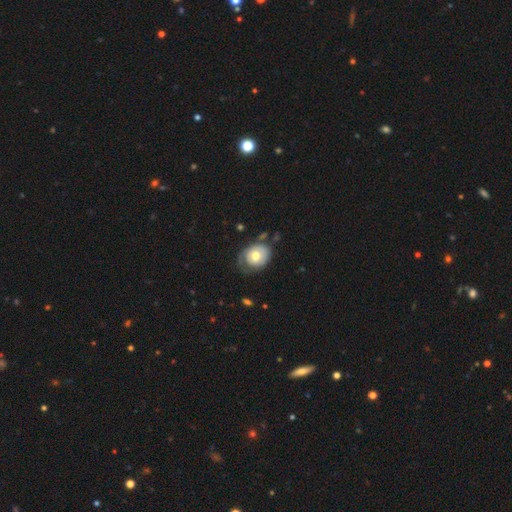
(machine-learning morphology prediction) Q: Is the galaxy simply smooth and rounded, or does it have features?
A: smooth — 53%.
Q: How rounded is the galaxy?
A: round — 57%.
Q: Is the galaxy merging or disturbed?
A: none — 49%.